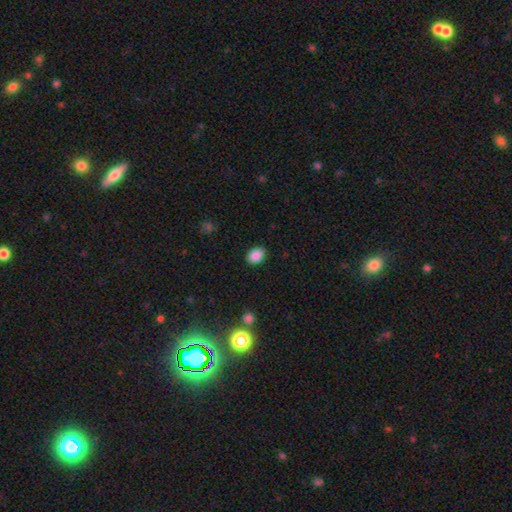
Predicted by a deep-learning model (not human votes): The model was most divided on "how rounded": in between: 69%, round: 30%, cigar-shaped: 1%. More confident: merging — none (88%); smooth or featured — smooth (88%).